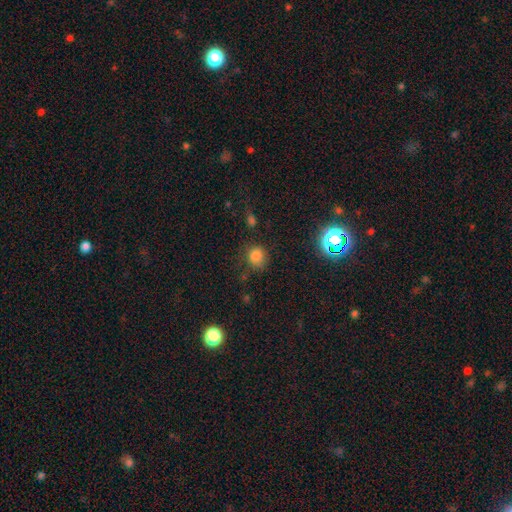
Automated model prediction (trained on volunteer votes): Smooth or featured? Predicted: smooth (p=0.78). How rounded? Predicted: round (p=0.81). Merging? Predicted: none (p=0.72).